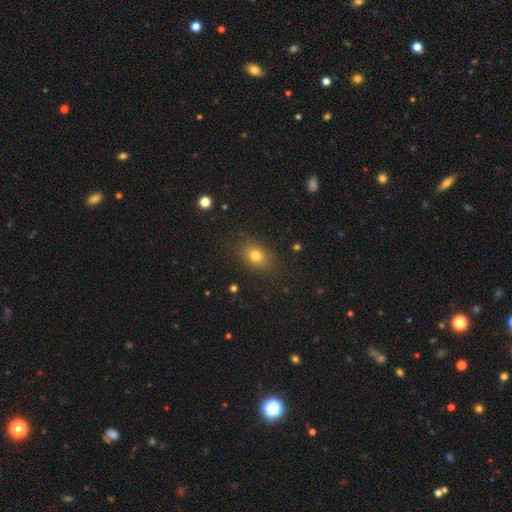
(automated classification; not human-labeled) A smooth galaxy with no disk features (78%) that is in between round and cigar-shaped (70%). Merging: none (85%).